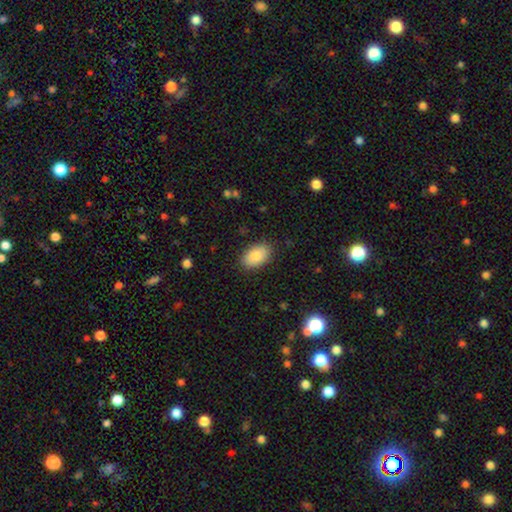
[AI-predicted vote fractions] This is clearly a smooth galaxy (85%). How rounded: clearly in between (92%). Merging: clearly none (86%).